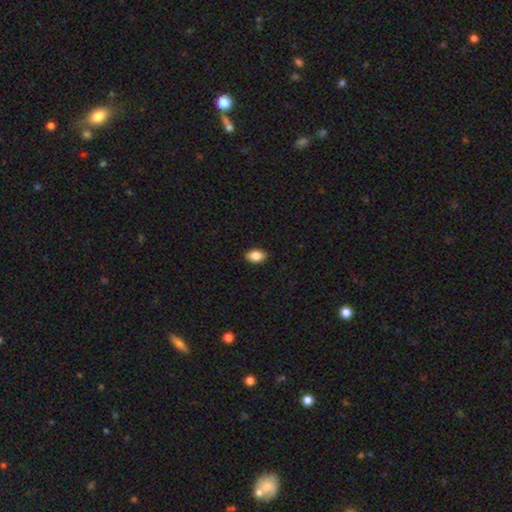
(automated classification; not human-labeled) Overall: smooth (86%). How rounded: in between (89%). Merging: none (89%).